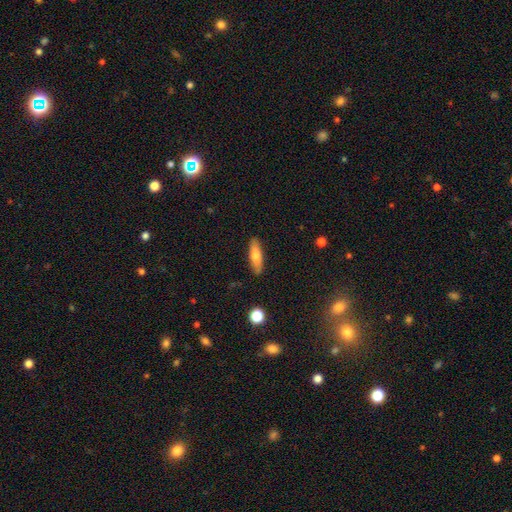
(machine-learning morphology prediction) Smooth or featured? Predicted: smooth (p=0.70). How rounded? Predicted: cigar-shaped (p=0.57). Merging? Predicted: none (p=0.88).